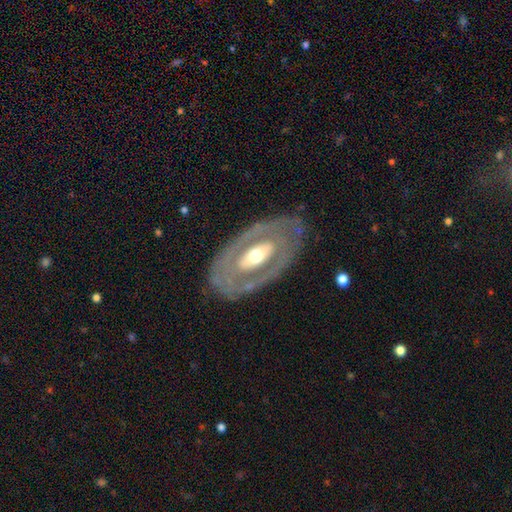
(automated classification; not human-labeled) Smooth or featured?
  - featured or disk: 72% *
  - smooth: 23%
  - star or artifact: 5%
Edge-on disk?
  - no: 89% *
  - yes: 11%
Bar?
  - no: 56% *
  - weak: 22%
  - strong: 22%
Spiral arms?
  - no: 73% *
  - yes: 27%
Bulge size?
  - moderate: 65% *
  - large: 16%
  - small: 16%
  - dominant: 2%
  - none: 1%
Merging?
  - none: 77% *
  - minor disturbance: 14%
  - major disturbance: 8%
  - merger: 2%